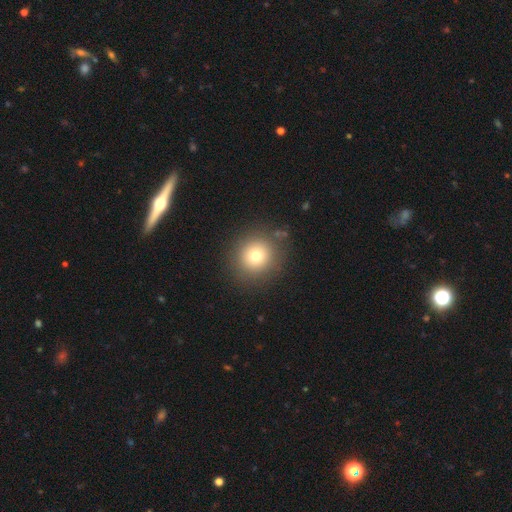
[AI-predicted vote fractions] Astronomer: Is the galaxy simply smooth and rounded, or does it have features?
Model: smooth — 75%.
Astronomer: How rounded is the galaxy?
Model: round — 93%.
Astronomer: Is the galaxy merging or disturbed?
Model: none — 88%.